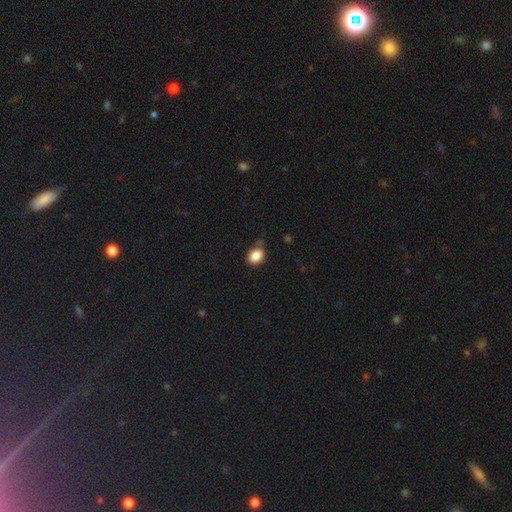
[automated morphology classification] Smooth or featured?
  - smooth: 86% *
  - star or artifact: 9%
  - featured or disk: 4%
How rounded?
  - in between: 56% *
  - round: 43%
  - cigar-shaped: 1%
Merging?
  - none: 68% *
  - minor disturbance: 23%
  - major disturbance: 5%
  - merger: 4%